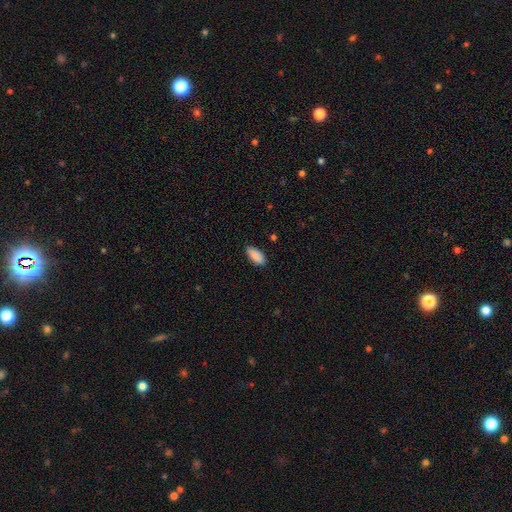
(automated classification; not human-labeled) Smooth or featured: smooth — 89% (star or artifact — 6%)
How rounded: in between — 88% (cigar-shaped — 10%)
Merging: none — 83% (minor disturbance — 13%)